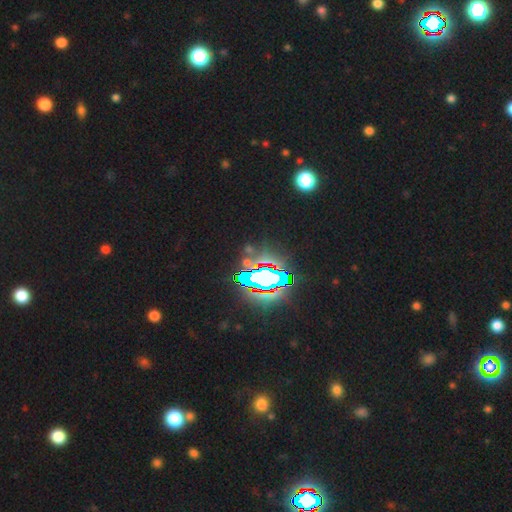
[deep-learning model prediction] star or artifact 85%, smooth 9%, featured or disk 6%.